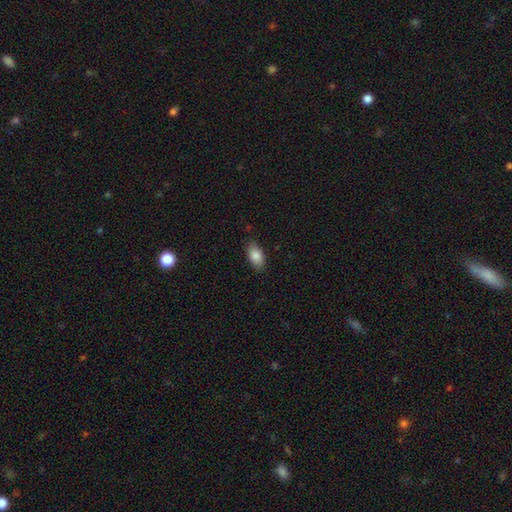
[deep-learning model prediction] Q: Smooth or featured?
A: smooth (86%); runner-up: star or artifact (7%)
Q: How rounded?
A: in between (92%); runner-up: cigar-shaped (4%)
Q: Merging?
A: none (85%); runner-up: minor disturbance (11%)